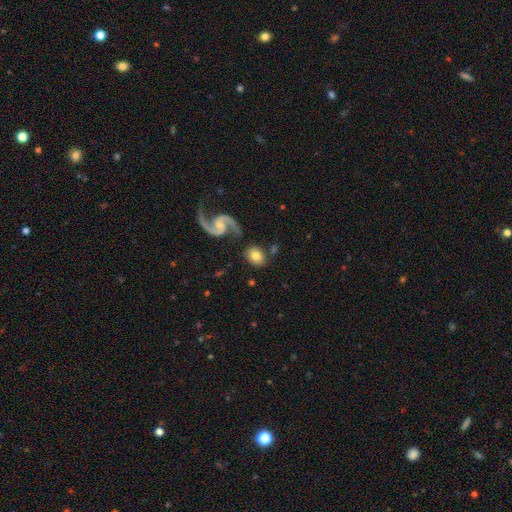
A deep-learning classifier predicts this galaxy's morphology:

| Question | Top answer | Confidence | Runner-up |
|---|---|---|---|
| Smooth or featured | smooth | 61% | featured or disk (32%) |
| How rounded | round | 54% | in between (45%) |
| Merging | none | 77% | minor disturbance (12%) |